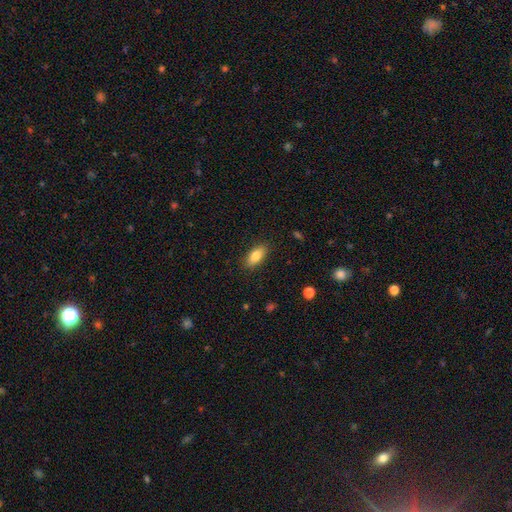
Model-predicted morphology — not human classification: Q: Smooth or featured?
A: smooth (82%); runner-up: featured or disk (11%)
Q: How rounded?
A: in between (85%); runner-up: cigar-shaped (11%)
Q: Merging?
A: none (87%); runner-up: minor disturbance (10%)